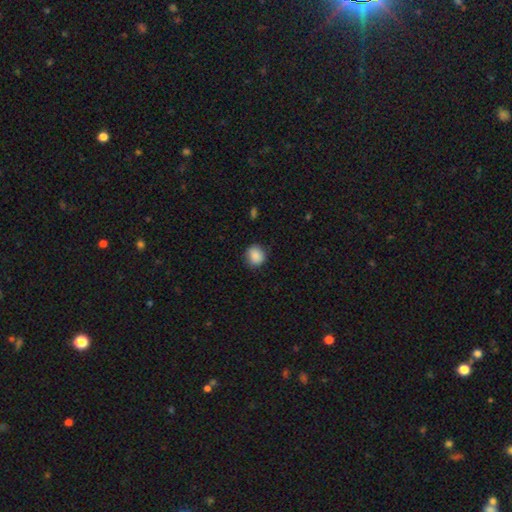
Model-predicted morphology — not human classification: Overall: smooth (88%). How rounded: round (80%). Merging: none (83%).